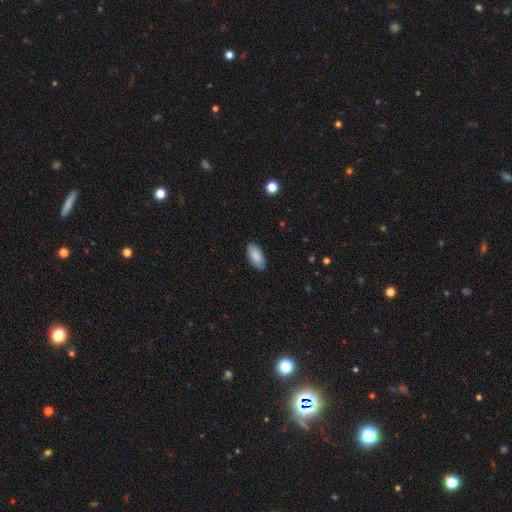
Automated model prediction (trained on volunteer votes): smooth_or_featured: smooth (p=0.85) [alt: featured or disk p=0.09]
how_rounded: in between (p=0.94) [alt: cigar-shaped p=0.04]
merging: none (p=0.84) [alt: minor disturbance p=0.13]